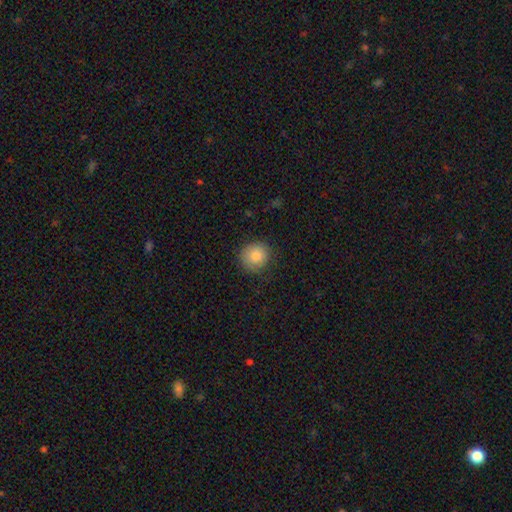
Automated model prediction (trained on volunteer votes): Smooth or featured: smooth — 84% (star or artifact — 9%)
How rounded: round — 90% (in between — 9%)
Merging: none — 82% (minor disturbance — 13%)